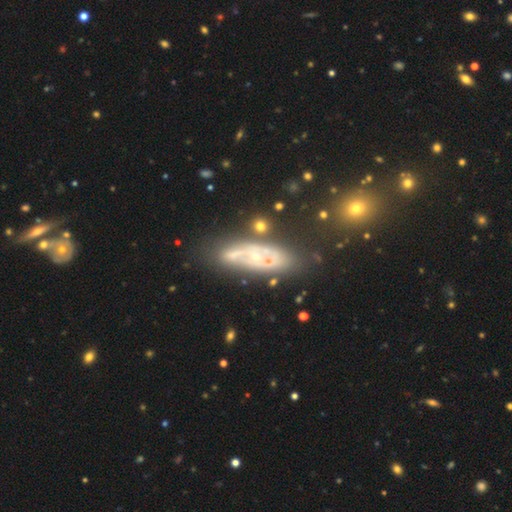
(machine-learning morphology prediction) featured or disk 70%, smooth 19%, star or artifact 10%. Down the decision tree: edge-on disk — no (81%); bar — no (79%); spiral arms — yes (57%); bulge size — small (73%); merging — none (61%).